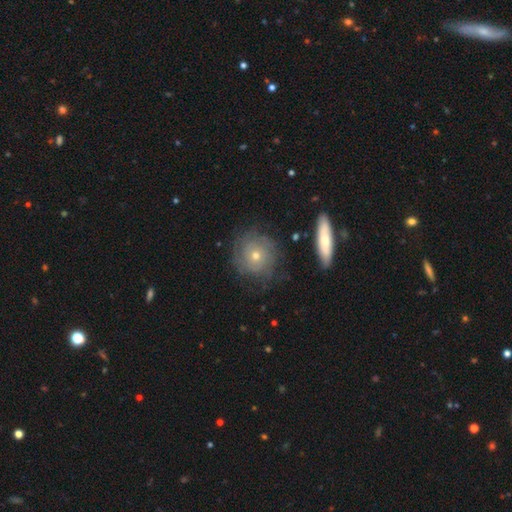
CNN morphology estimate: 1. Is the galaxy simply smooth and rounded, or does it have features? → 60% featured or disk, 29% smooth, 10% star or artifact.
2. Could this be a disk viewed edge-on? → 93% no, 7% yes.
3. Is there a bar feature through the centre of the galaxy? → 85% no, 12% weak, 3% strong.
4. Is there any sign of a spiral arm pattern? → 80% yes, 20% no.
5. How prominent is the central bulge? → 57% small, 38% moderate, 2% large, 1% none, 1% dominant.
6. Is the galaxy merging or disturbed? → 77% none, 15% minor disturbance, 6% major disturbance, 2% merger.